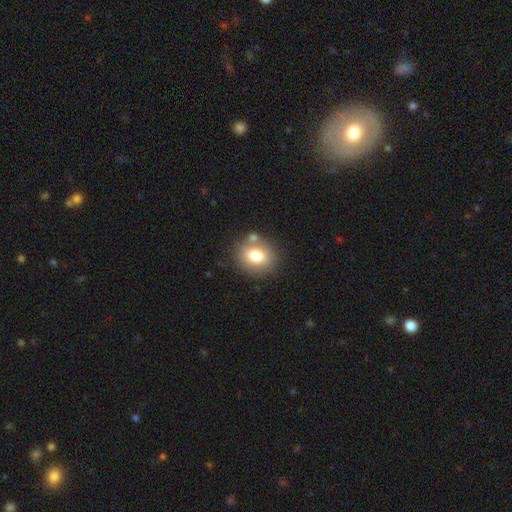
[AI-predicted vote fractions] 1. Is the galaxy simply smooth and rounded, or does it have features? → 77% smooth, 13% featured or disk, 10% star or artifact.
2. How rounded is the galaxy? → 59% round, 40% in between, 1% cigar-shaped.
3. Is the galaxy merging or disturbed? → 76% none, 11% minor disturbance, 9% merger, 4% major disturbance.